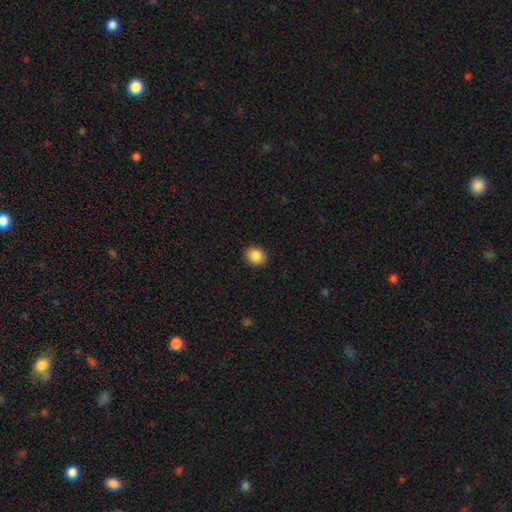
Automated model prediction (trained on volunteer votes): Q: Smooth or featured?
A: smooth (88%); runner-up: star or artifact (9%)
Q: How rounded?
A: round (58%); runner-up: in between (41%)
Q: Merging?
A: none (90%); runner-up: minor disturbance (7%)